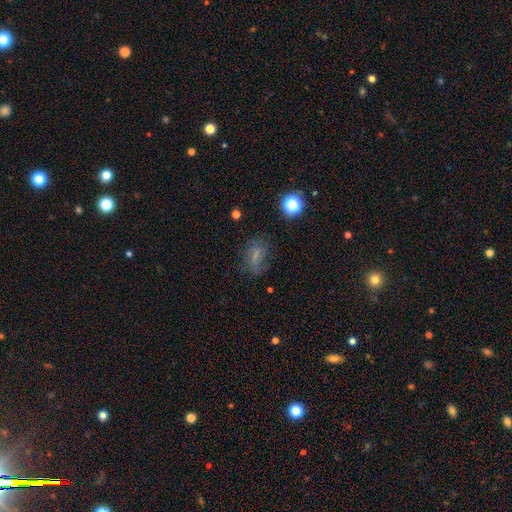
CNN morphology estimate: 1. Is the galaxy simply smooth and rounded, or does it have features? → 44% smooth, 39% featured or disk, 17% star or artifact.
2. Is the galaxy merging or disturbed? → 59% none, 23% minor disturbance, 16% major disturbance, 2% merger.